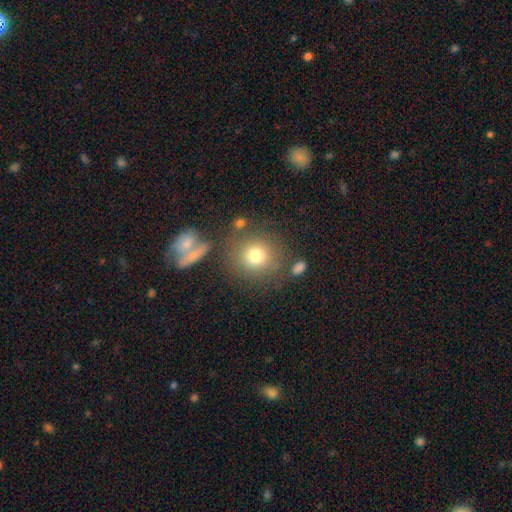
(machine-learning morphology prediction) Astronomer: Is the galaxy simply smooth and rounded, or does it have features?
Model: smooth — 77%.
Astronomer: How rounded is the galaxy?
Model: round — 88%.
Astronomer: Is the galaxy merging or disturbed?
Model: none — 75%.